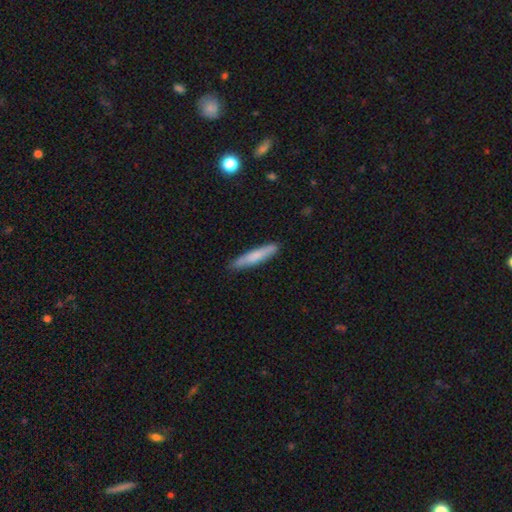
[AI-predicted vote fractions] Smooth or featured: smooth — 73% (featured or disk — 22%)
How rounded: cigar-shaped — 91% (in between — 7%)
Merging: none — 87% (minor disturbance — 10%)